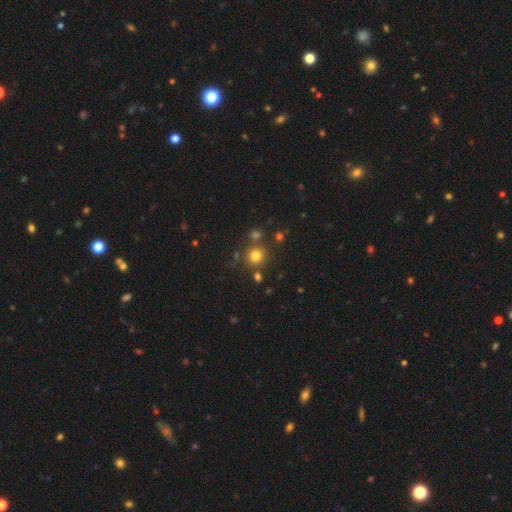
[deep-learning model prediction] This appears to be a smooth galaxy with no disk features (77%) that is round (92%). Merging: none (77%).